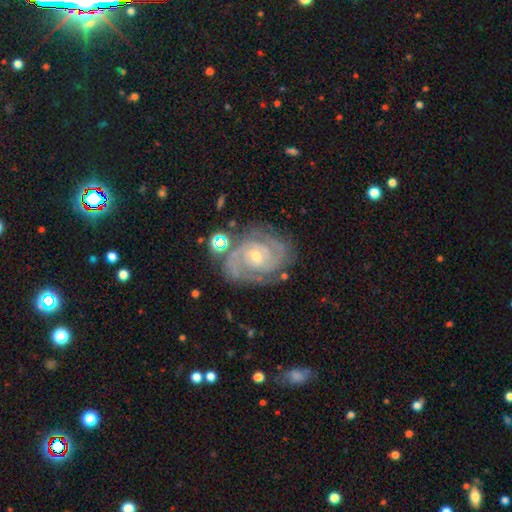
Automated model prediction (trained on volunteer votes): smooth_or_featured: featured or disk (p=0.88) [alt: star or artifact p=0.07]
disk_edge_on: no (p=0.97) [alt: yes p=0.03]
bar: no (p=0.66) [alt: weak p=0.26]
has_spiral_arms: yes (p=0.98) [alt: no p=0.02]
spiral_winding: tight (p=0.73) [alt: medium p=0.24]
spiral_arm_count: 2 (p=0.54) [alt: 3 p=0.19]
bulge_size: small (p=0.63) [alt: moderate p=0.34]
merging: none (p=0.77) [alt: minor disturbance p=0.15]